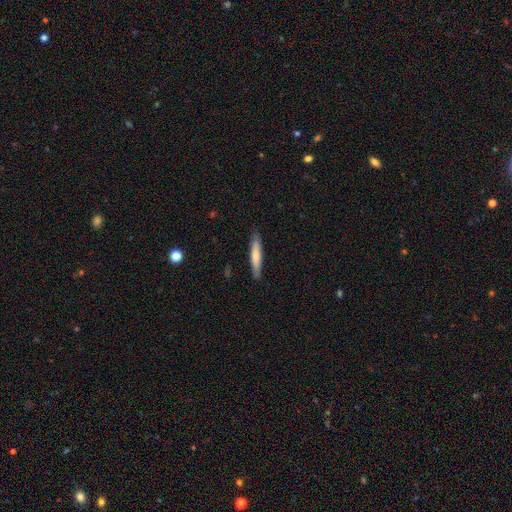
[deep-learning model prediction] A smooth galaxy with no disk features (67%) that is cigar-shaped (91%). Merging: none (88%).